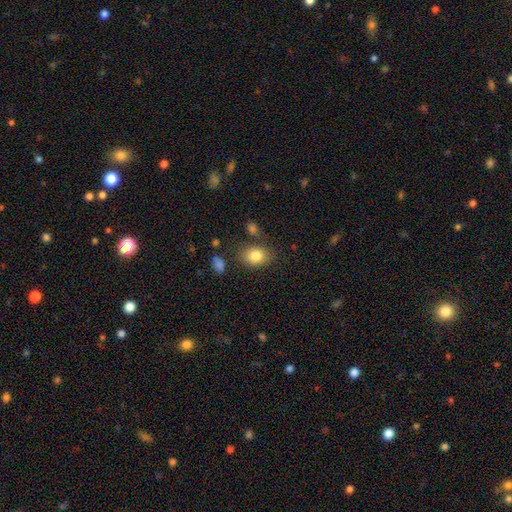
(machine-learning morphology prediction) Smooth or featured?
  - smooth: 83% *
  - star or artifact: 9%
  - featured or disk: 8%
How rounded?
  - in between: 64% *
  - round: 35%
  - cigar-shaped: 1%
Merging?
  - none: 77% *
  - minor disturbance: 14%
  - major disturbance: 4%
  - merger: 4%